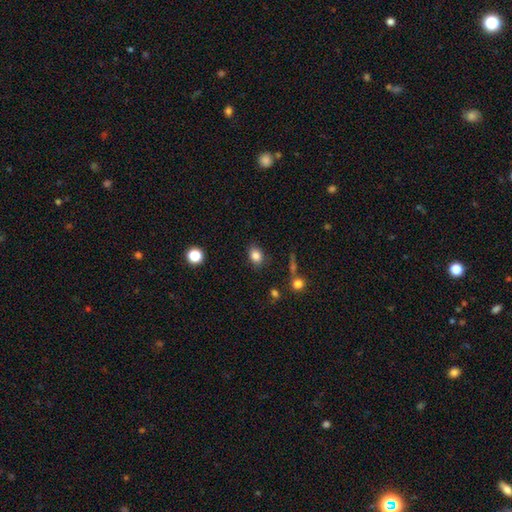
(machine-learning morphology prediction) Q: Smooth or featured?
A: smooth (83%); runner-up: star or artifact (10%)
Q: How rounded?
A: in between (65%); runner-up: round (33%)
Q: Merging?
A: none (82%); runner-up: minor disturbance (12%)